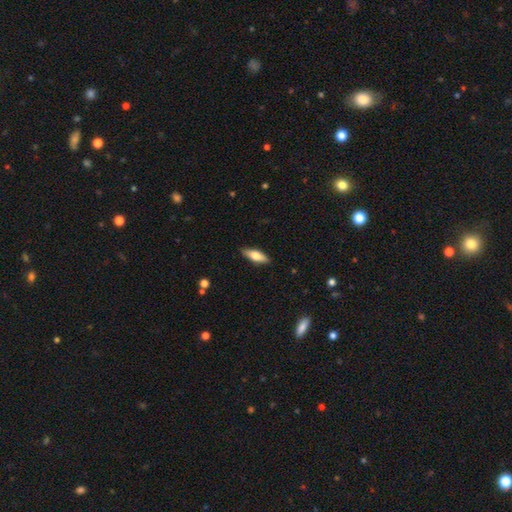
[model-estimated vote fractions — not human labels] Overall: smooth (66%; featured or disk 28%). How rounded: in between (58%; cigar-shaped 40%). Merging: none (87%).